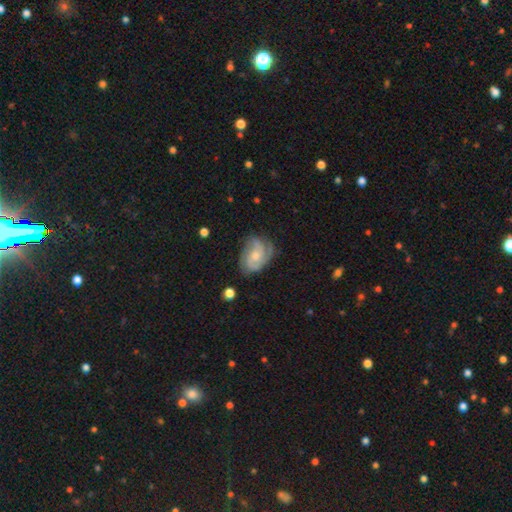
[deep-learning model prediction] Smooth or featured? Predicted: featured or disk (p=0.76). Edge-on disk? Predicted: no (p=0.97). Bar? Predicted: no (p=0.68). Spiral arms? Predicted: yes (p=0.94). Spiral winding? Predicted: tight (p=0.44). Spiral arm count? Predicted: 3 (p=0.37). Bulge size? Predicted: moderate (p=0.50). Merging? Predicted: none (p=0.65).